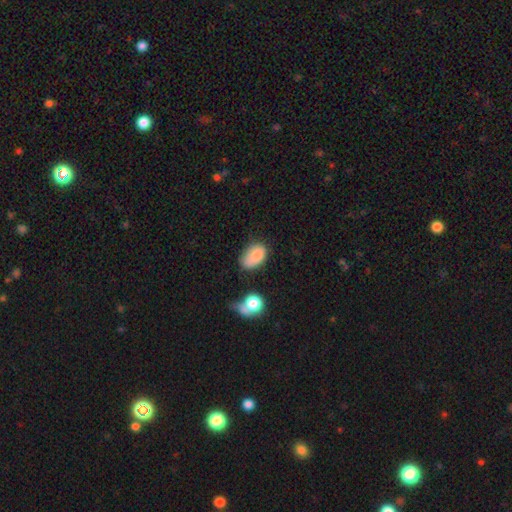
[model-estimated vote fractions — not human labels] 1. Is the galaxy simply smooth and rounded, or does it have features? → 83% smooth, 9% star or artifact, 8% featured or disk.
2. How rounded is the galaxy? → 89% in between, 10% round, 1% cigar-shaped.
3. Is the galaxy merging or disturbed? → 48% none, 32% minor disturbance, 12% major disturbance, 9% merger.